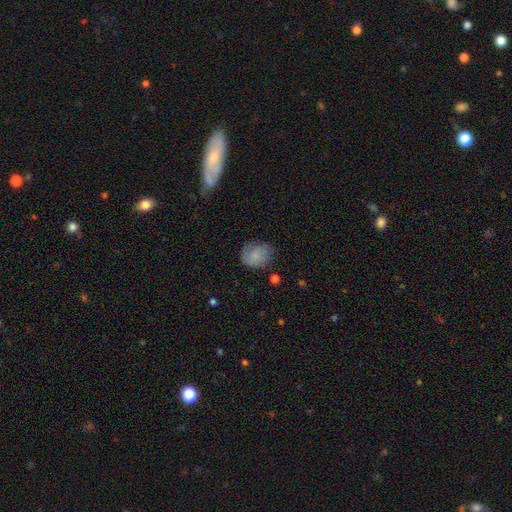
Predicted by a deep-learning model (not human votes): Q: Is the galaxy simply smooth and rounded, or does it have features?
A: smooth — 76%.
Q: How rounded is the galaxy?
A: round — 55%.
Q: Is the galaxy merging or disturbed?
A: none — 66%.